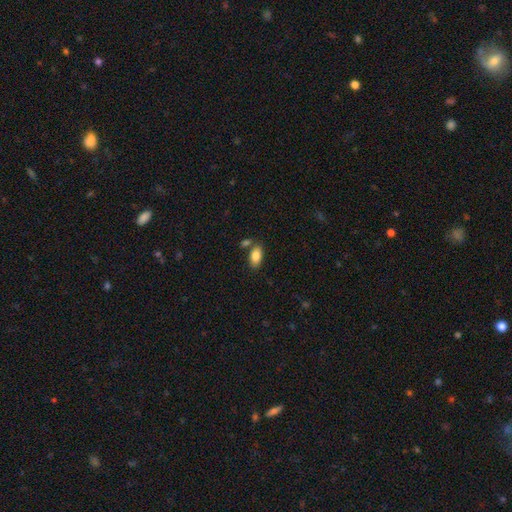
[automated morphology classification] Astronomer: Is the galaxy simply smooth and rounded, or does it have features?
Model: smooth — 86%.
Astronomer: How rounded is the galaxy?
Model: in between — 92%.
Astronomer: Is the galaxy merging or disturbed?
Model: none — 70%.